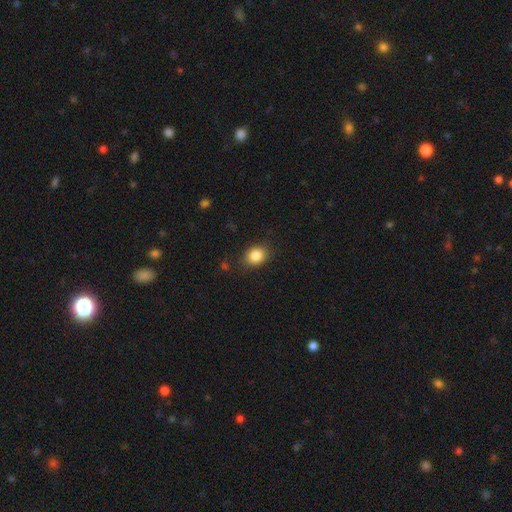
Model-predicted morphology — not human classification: Smooth or featured?
  - smooth: 86% *
  - star or artifact: 9%
  - featured or disk: 5%
How rounded?
  - in between: 50% *
  - round: 49%
  - cigar-shaped: 1%
Merging?
  - none: 83% *
  - minor disturbance: 12%
  - major disturbance: 3%
  - merger: 2%